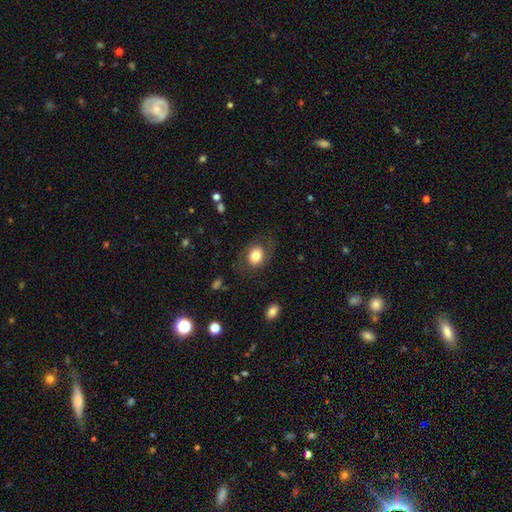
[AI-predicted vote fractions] This appears to be a smooth galaxy with no disk features (75%) that is in between round and cigar-shaped (50%). Merging: none (72%).